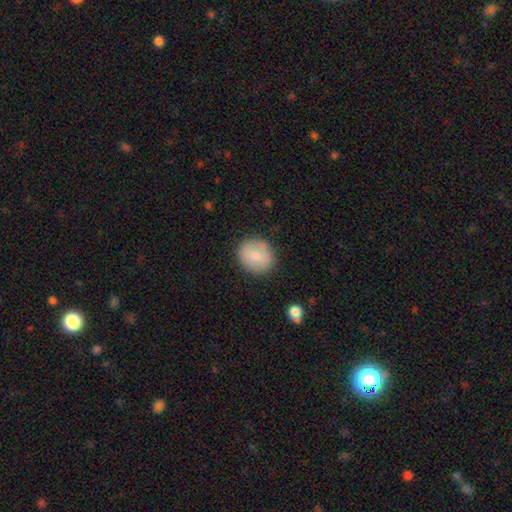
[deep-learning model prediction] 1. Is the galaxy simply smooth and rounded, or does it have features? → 75% smooth, 17% featured or disk, 7% star or artifact.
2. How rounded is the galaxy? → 81% round, 18% in between, 1% cigar-shaped.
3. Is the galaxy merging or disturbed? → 85% none, 10% minor disturbance, 3% major disturbance, 1% merger.